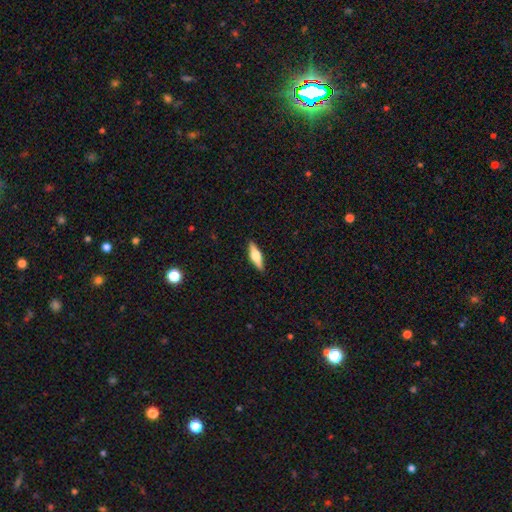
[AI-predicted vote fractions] Smooth or featured?
  - smooth: 48% *
  - featured or disk: 46%
  - star or artifact: 6%
Merging?
  - none: 90% *
  - minor disturbance: 7%
  - major disturbance: 2%
  - merger: 1%